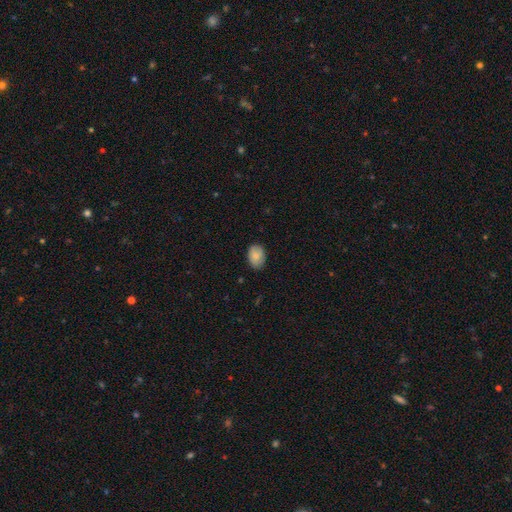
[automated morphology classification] smooth_or_featured: smooth (p=0.84) [alt: featured or disk p=0.09]
how_rounded: in between (p=0.79) [alt: round p=0.20]
merging: none (p=0.79) [alt: minor disturbance p=0.17]